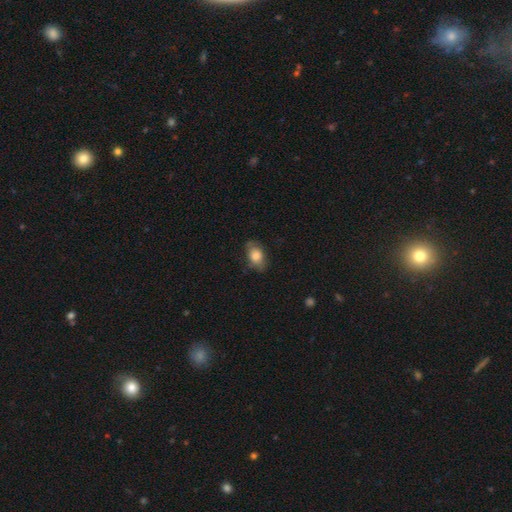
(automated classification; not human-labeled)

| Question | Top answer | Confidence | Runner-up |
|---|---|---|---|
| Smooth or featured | smooth | 77% | featured or disk (16%) |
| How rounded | in between | 80% | round (18%) |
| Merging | none | 69% | minor disturbance (23%) |